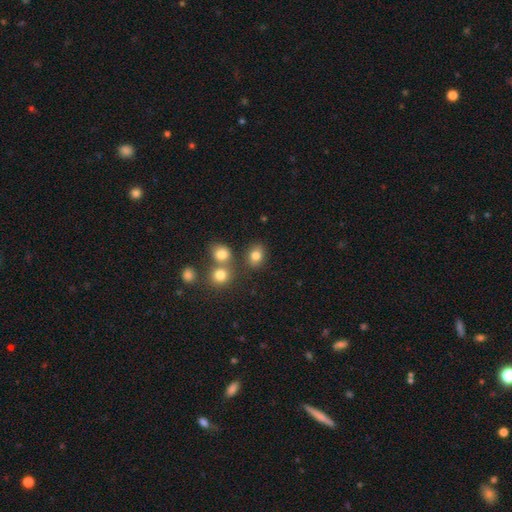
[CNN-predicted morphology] type=smooth (80%); roundness=in between (52%); merging=none (73%).